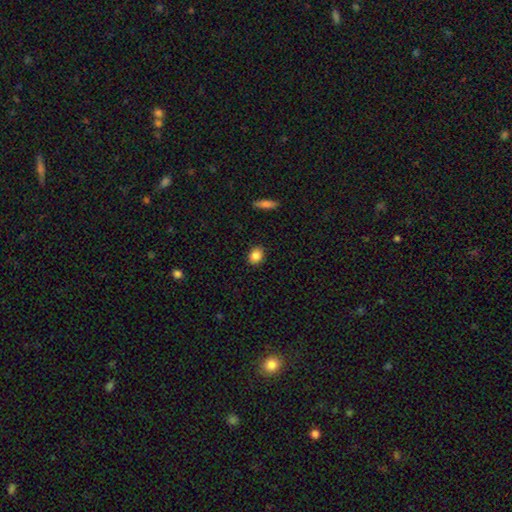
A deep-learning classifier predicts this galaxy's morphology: Overall: smooth (86%). How rounded: round (55%; in between 43%). Merging: none (89%).